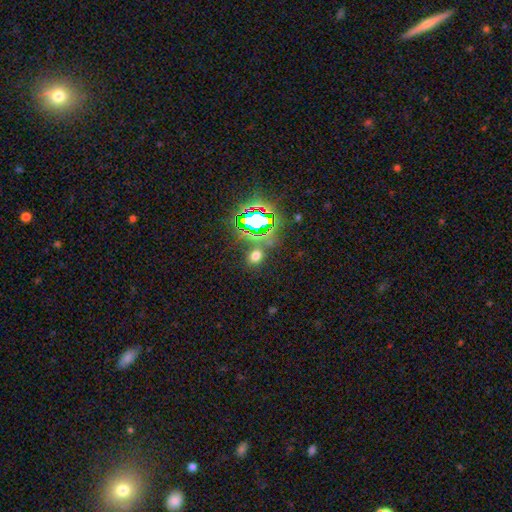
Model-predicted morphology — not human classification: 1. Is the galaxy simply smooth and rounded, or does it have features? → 57% smooth, 36% star or artifact, 7% featured or disk.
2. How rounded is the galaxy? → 50% in between, 48% round, 2% cigar-shaped.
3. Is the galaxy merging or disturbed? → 79% none, 9% minor disturbance, 8% merger, 4% major disturbance.